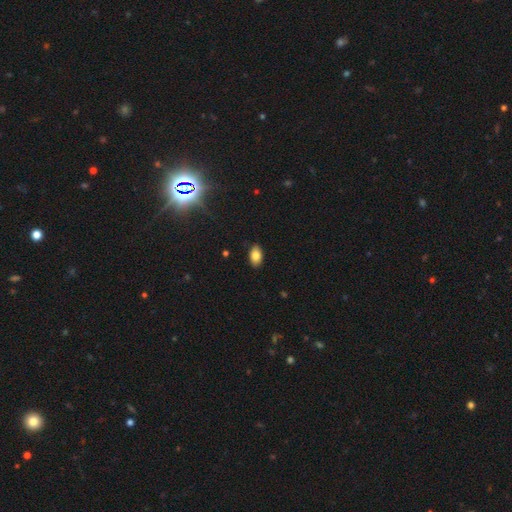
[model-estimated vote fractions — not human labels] Smooth or featured? smooth (81%)
How rounded? in between (92%)
Merging? none (88%)